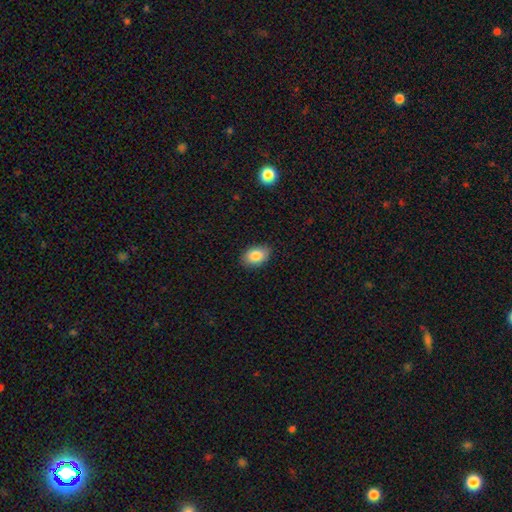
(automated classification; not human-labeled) Smooth or featured?
  - smooth: 85% *
  - star or artifact: 7%
  - featured or disk: 7%
How rounded?
  - in between: 84% *
  - round: 15%
  - cigar-shaped: 1%
Merging?
  - none: 85% *
  - minor disturbance: 11%
  - major disturbance: 2%
  - merger: 1%